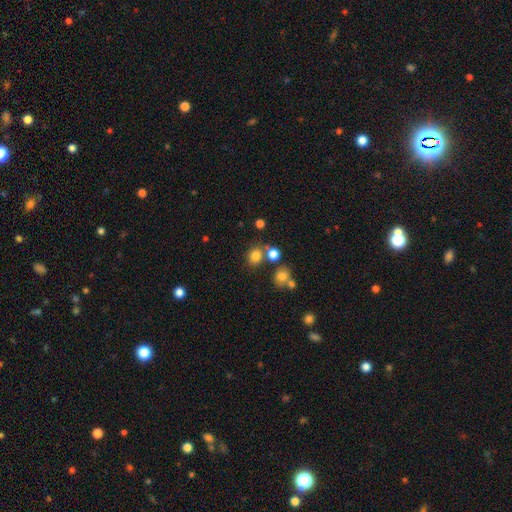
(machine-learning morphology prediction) A smooth galaxy with no disk features (79%) that is round (72%).

Vote fractions:
- Smooth or featured? smooth: 79% / star or artifact: 14% / featured or disk: 7%
- How rounded? round: 72% / in between: 27% / cigar-shaped: 1%
- Merging? none: 64% / merger: 21% / minor disturbance: 11% / major disturbance: 5%